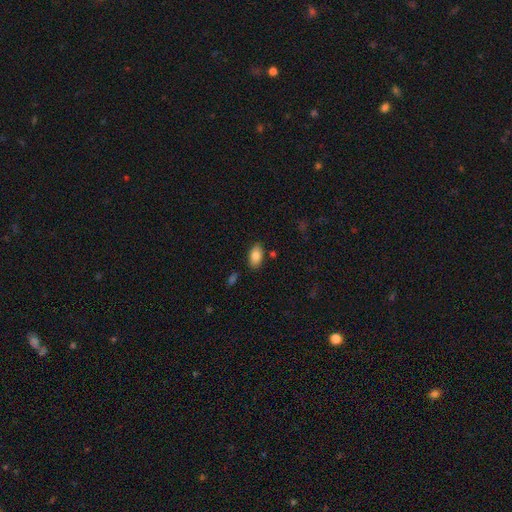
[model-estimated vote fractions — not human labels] Overall: smooth (86%). How rounded: in between (93%). Merging: none (82%).